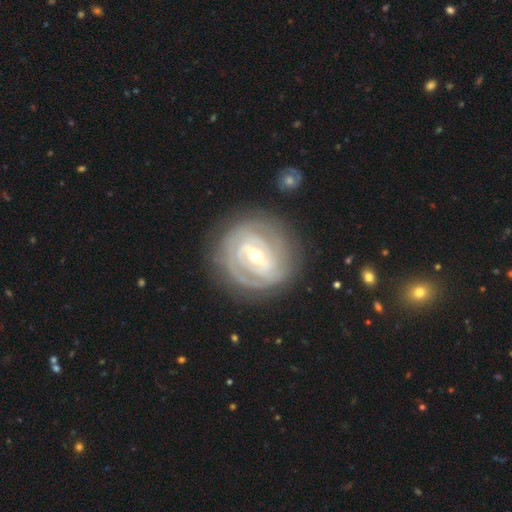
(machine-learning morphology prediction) type=featured or disk (86%); edge-on=no (96%); bar=strong (51%); spiral arms=yes (87%); winding=tight (79%); arm count=can't tell (36%); bulge=moderate (58%); merging=none (79%).